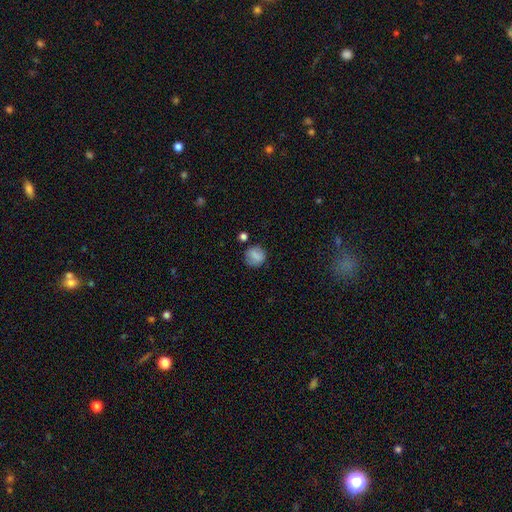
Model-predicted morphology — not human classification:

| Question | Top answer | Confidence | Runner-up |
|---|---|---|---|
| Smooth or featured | smooth | 77% | featured or disk (12%) |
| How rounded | round | 82% | in between (17%) |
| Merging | none | 71% | minor disturbance (18%) |